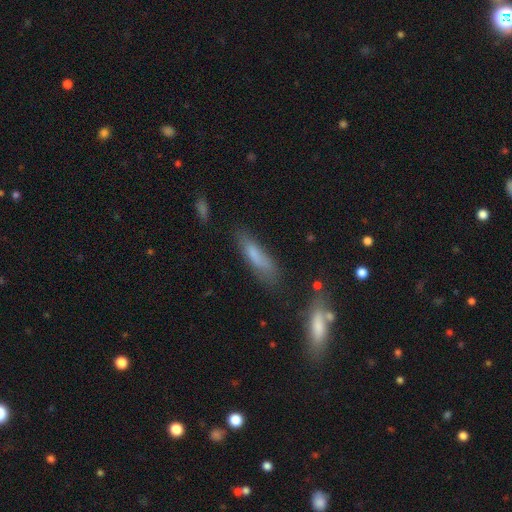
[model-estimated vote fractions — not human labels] Smooth or featured? Predicted: smooth (p=0.73). How rounded? Predicted: cigar-shaped (p=0.70). Merging? Predicted: none (p=0.66).